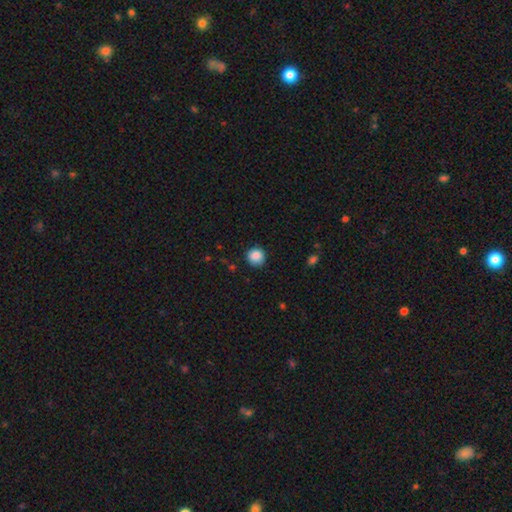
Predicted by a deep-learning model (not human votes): Smooth or featured: smooth — 87% (star or artifact — 10%)
How rounded: round — 93% (in between — 6%)
Merging: none — 87% (minor disturbance — 10%)